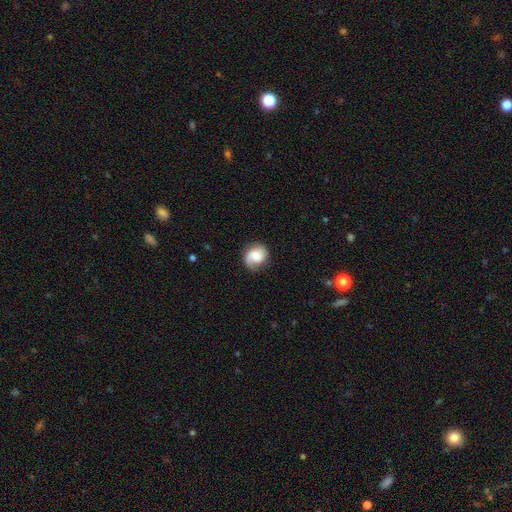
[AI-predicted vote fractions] This appears to be a featured or disk galaxy (53%) with no bar (57%), spiral arms (92%) and a moderate central bulge (33%). Merging: none (69%).